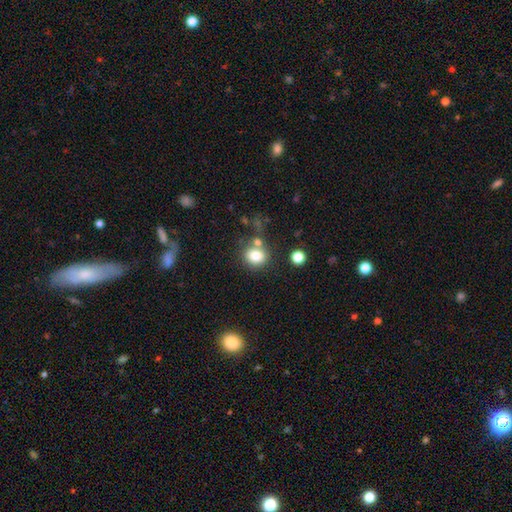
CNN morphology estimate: Smooth or featured? Predicted: smooth (p=0.79). How rounded? Predicted: round (p=0.75). Merging? Predicted: none (p=0.67).